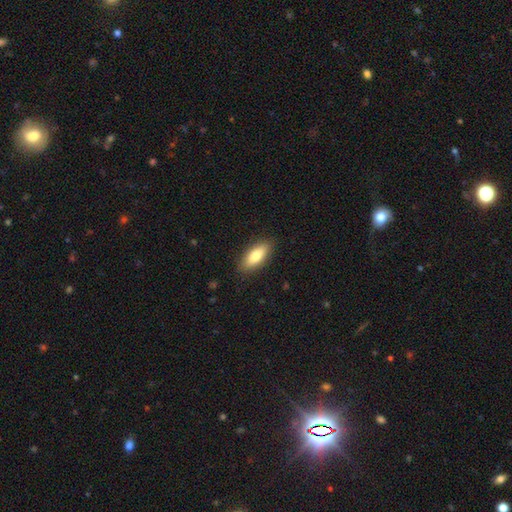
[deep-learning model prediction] Overall: smooth (79%). How rounded: in between (78%). Merging: none (87%).